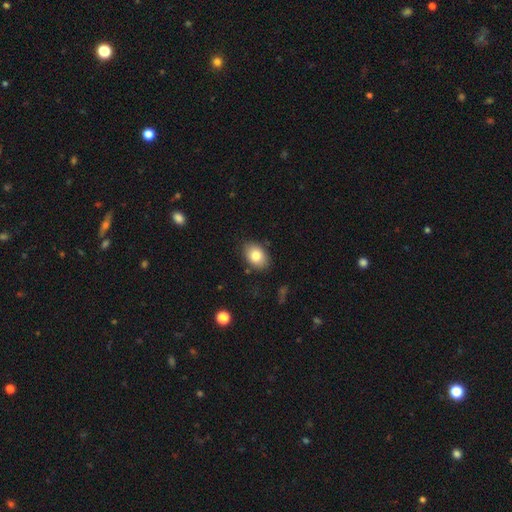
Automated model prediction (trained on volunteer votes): smooth 81%, featured or disk 11%, star or artifact 8%. Down the decision tree: how rounded — in between (81%); merging — none (84%).